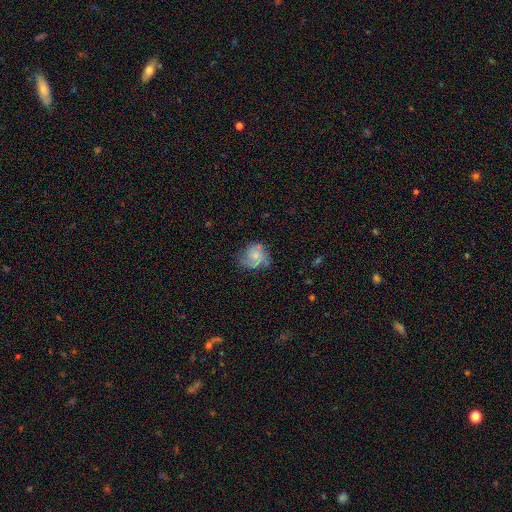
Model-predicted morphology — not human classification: The model was most divided on "smooth or featured": smooth: 46%, featured or disk: 45%, star or artifact: 9%. More confident: merging — none (52%).